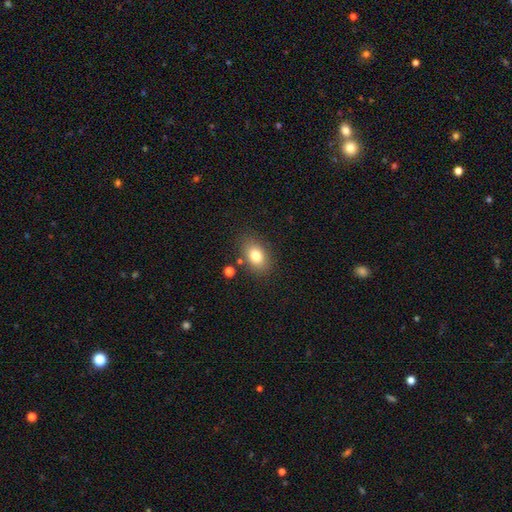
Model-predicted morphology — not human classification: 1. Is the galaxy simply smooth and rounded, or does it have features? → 80% smooth, 11% featured or disk, 9% star or artifact.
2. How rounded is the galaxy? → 81% in between, 18% round, 1% cigar-shaped.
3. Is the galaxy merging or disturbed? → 81% none, 11% minor disturbance, 4% merger, 3% major disturbance.